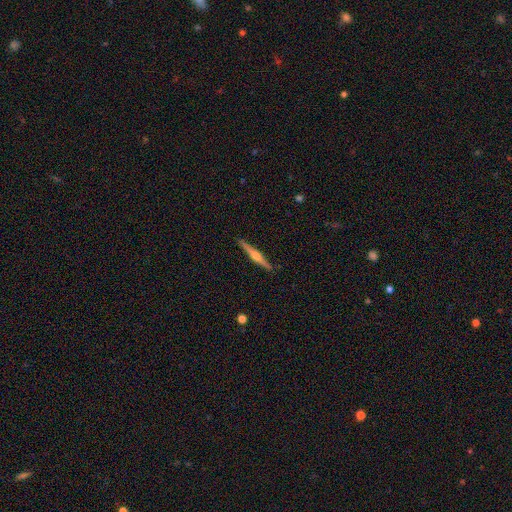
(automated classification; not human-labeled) Q: Smooth or featured?
A: featured or disk (73%); runner-up: smooth (22%)
Q: Edge-on disk?
A: yes (98%); runner-up: no (2%)
Q: Edge-on bulge?
A: rounded (91%); runner-up: none (5%)
Q: Merging?
A: none (91%); runner-up: minor disturbance (6%)